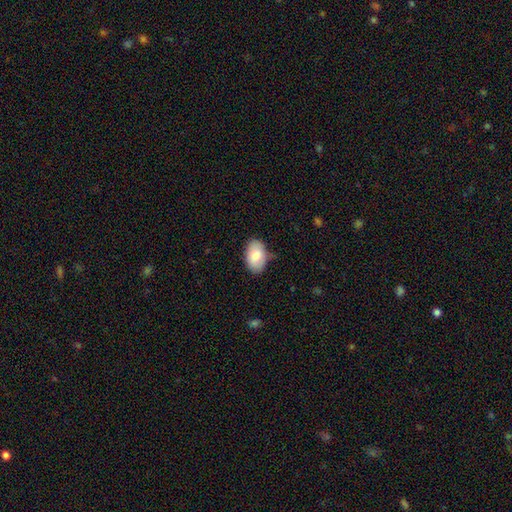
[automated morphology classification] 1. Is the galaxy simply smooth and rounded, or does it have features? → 84% smooth, 10% featured or disk, 6% star or artifact.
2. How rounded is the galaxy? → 92% in between, 7% round, 1% cigar-shaped.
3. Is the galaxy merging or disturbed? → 77% none, 18% minor disturbance, 3% major disturbance, 2% merger.